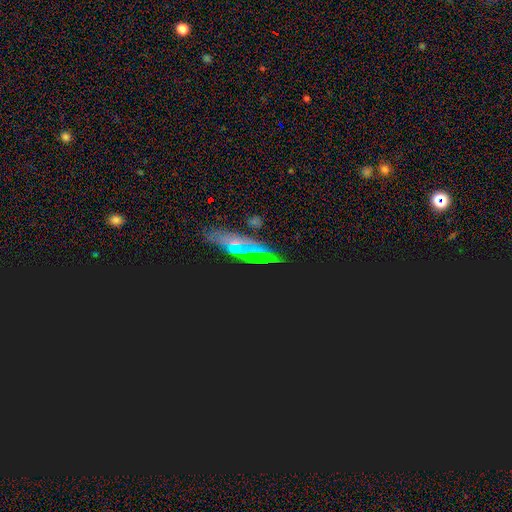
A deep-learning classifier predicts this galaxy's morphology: smooth-or-featured: star or artifact: 52% | featured or disk: 25% | smooth: 23%